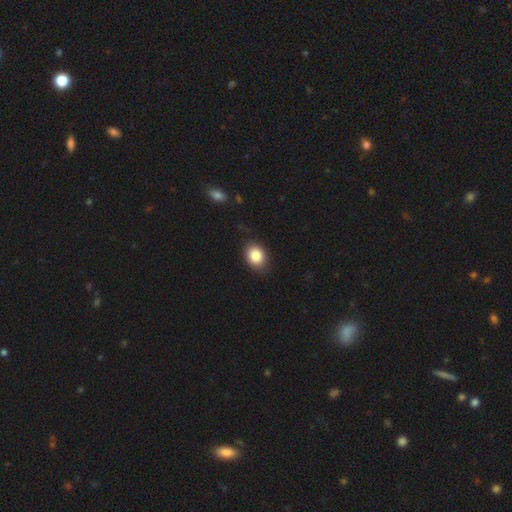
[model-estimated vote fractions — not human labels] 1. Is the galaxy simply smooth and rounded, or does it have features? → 85% smooth, 9% star or artifact, 6% featured or disk.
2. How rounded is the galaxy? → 50% in between, 49% round, 1% cigar-shaped.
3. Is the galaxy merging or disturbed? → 83% none, 13% minor disturbance, 3% major disturbance, 1% merger.